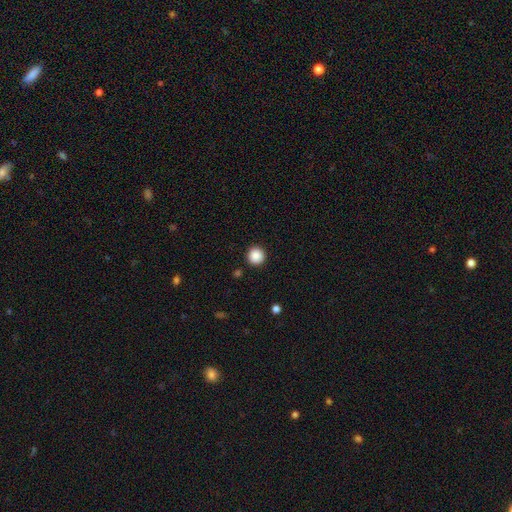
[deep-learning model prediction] Q: Smooth or featured?
A: smooth (88%); runner-up: star or artifact (9%)
Q: How rounded?
A: round (95%); runner-up: in between (4%)
Q: Merging?
A: none (92%); runner-up: minor disturbance (5%)